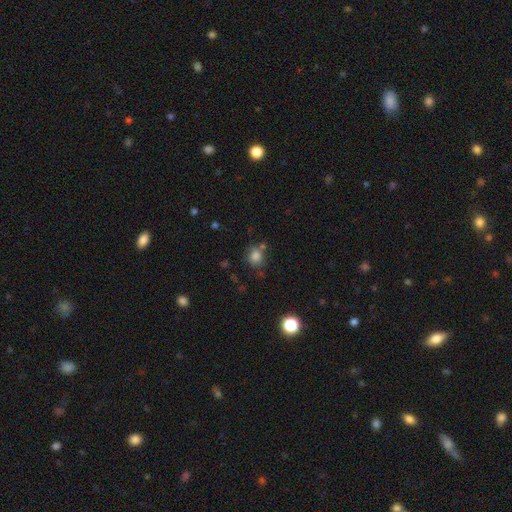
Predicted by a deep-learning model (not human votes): Smooth or featured: smooth — 81% (star or artifact — 13%)
How rounded: round — 76% (in between — 23%)
Merging: none — 67% (minor disturbance — 16%)